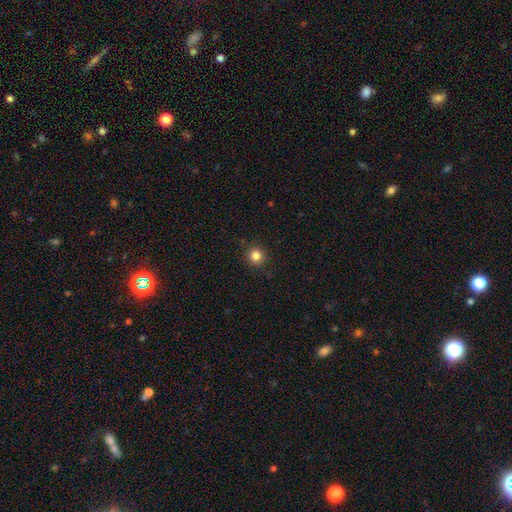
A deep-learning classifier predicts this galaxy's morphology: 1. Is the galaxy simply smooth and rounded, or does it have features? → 83% smooth, 12% star or artifact, 5% featured or disk.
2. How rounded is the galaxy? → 95% round, 5% in between, 1% cigar-shaped.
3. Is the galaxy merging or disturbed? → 92% none, 5% minor disturbance, 2% major disturbance, 1% merger.